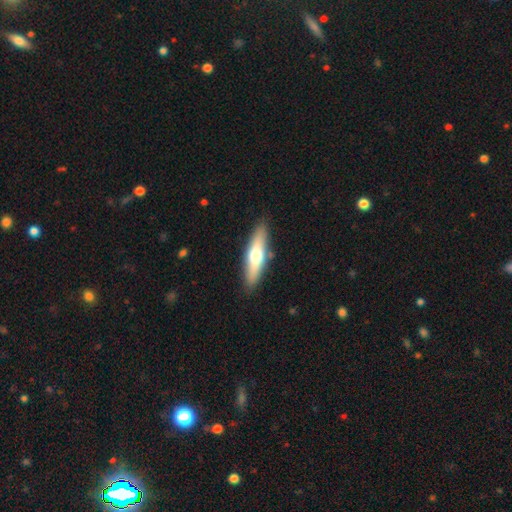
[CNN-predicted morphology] smooth 53%, featured or disk 41%, star or artifact 6%. Down the decision tree: how rounded — cigar-shaped (63%); merging — none (87%).